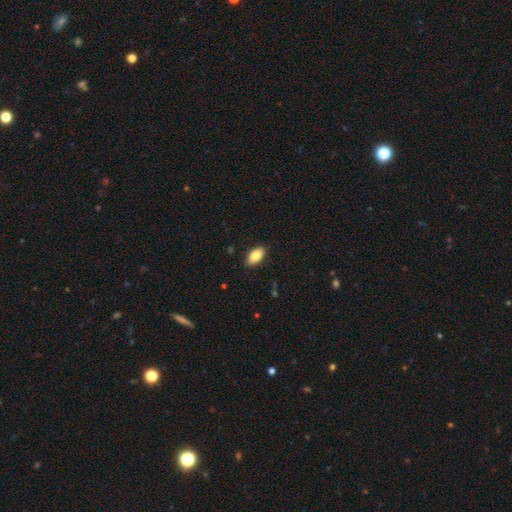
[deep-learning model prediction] smooth 86%, featured or disk 7%, star or artifact 7%. Down the decision tree: how rounded — in between (92%); merging — none (87%).